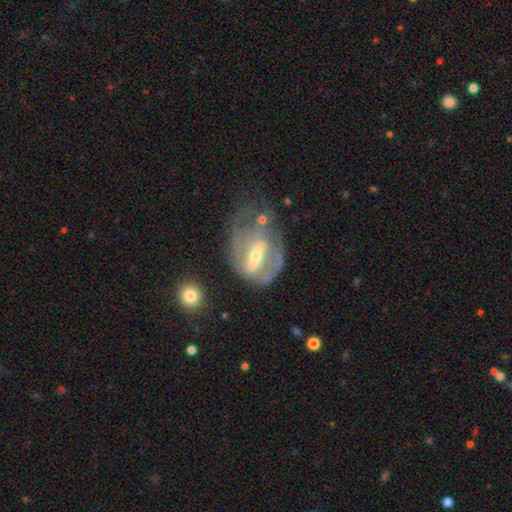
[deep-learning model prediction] Smooth or featured? Predicted: featured or disk (p=0.77). Edge-on disk? Predicted: no (p=0.95). Bar? Predicted: strong (p=0.47). Spiral arms? Predicted: yes (p=0.72). Spiral winding? Predicted: tight (p=0.40, tied with medium). Spiral arm count? Predicted: 2 (p=0.48). Bulge size? Predicted: small (p=0.50). Merging? Predicted: major disturbance (p=0.36).